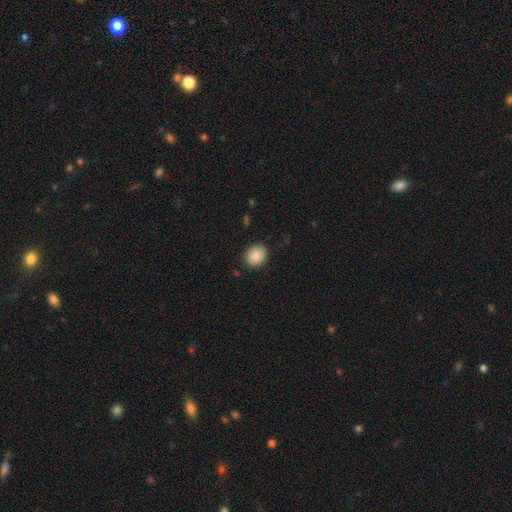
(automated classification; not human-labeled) Smooth or featured?
  - smooth: 87% *
  - star or artifact: 8%
  - featured or disk: 5%
How rounded?
  - round: 67% *
  - in between: 32%
  - cigar-shaped: 1%
Merging?
  - none: 88% *
  - minor disturbance: 9%
  - major disturbance: 2%
  - merger: 1%